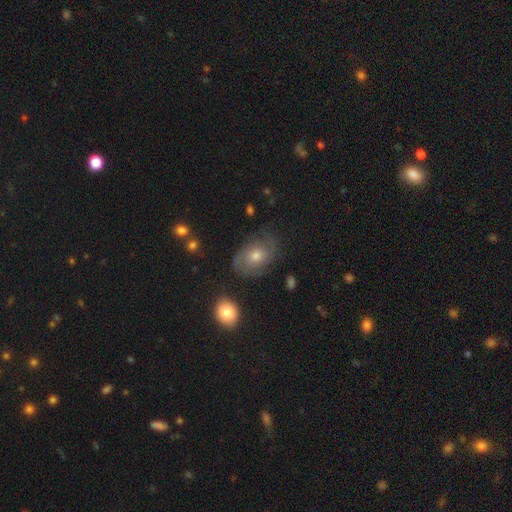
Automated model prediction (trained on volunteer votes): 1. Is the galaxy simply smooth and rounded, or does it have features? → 58% featured or disk, 30% smooth, 11% star or artifact.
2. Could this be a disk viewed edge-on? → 96% no, 4% yes.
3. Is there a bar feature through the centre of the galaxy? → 80% no, 17% weak, 3% strong.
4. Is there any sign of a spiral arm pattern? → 83% yes, 17% no.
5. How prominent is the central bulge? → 60% moderate, 33% small, 4% large, 2% none, 1% dominant.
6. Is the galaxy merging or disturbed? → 69% none, 20% minor disturbance, 9% major disturbance, 2% merger.